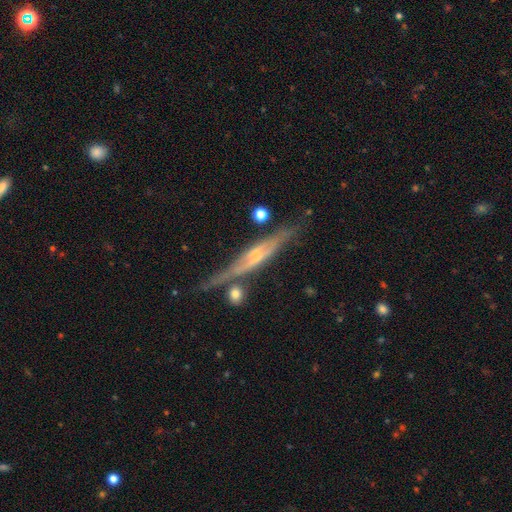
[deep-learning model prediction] Smooth or featured? Predicted: featured or disk (p=0.80). Edge-on disk? Predicted: yes (p=0.95). Edge-on bulge? Predicted: rounded (p=0.70). Merging? Predicted: none (p=0.72).